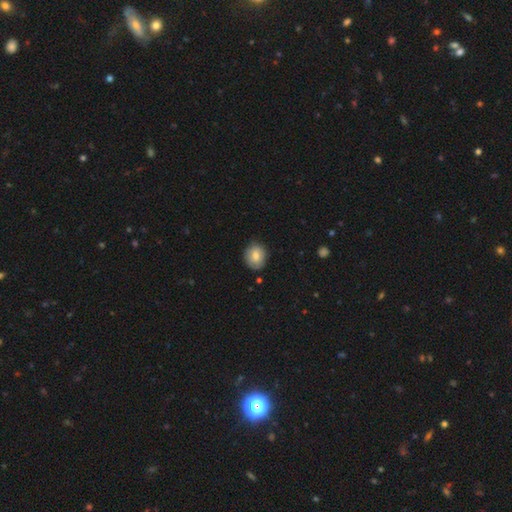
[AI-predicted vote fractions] This appears to be a smooth galaxy with no disk features (79%) that is round (71%). Merging: none (82%).